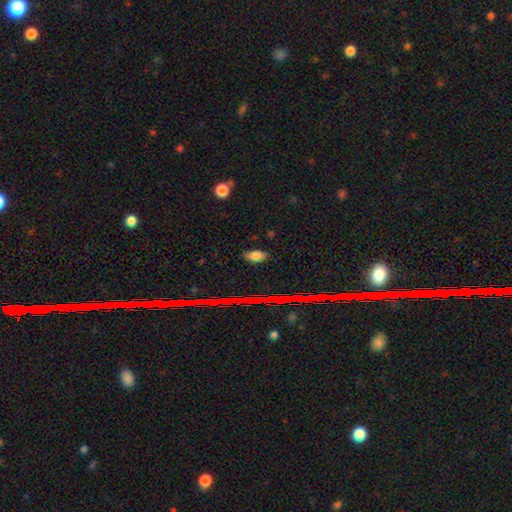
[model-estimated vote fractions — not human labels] Q: Smooth or featured?
A: smooth (81%); runner-up: star or artifact (12%)
Q: How rounded?
A: in between (92%); runner-up: round (5%)
Q: Merging?
A: none (82%); runner-up: minor disturbance (14%)